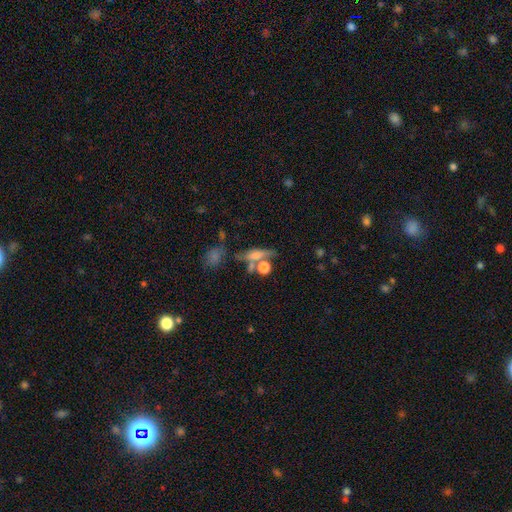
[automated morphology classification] smooth_or_featured: smooth (p=0.57) [alt: featured or disk p=0.30]
how_rounded: cigar-shaped (p=0.43) [alt: in between p=0.35]
merging: none (p=0.52) [alt: merger p=0.26]